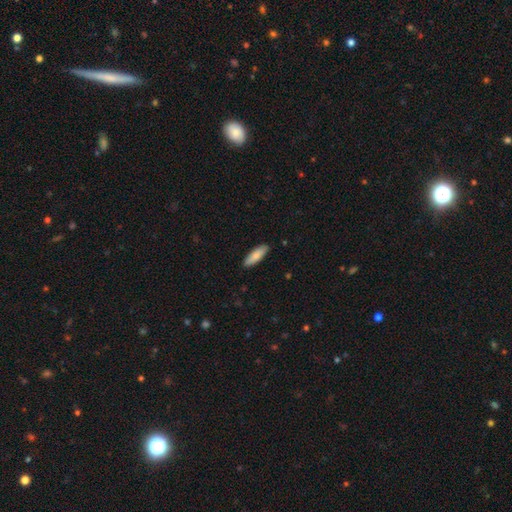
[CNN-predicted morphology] type=smooth (84%); roundness=in between (54%); merging=none (88%).